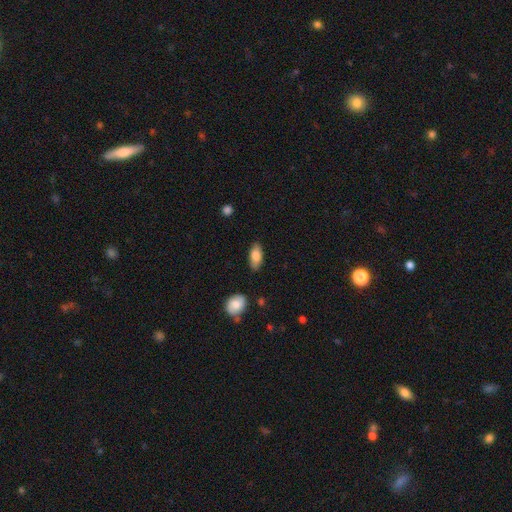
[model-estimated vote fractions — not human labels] smooth-or-featured: smooth: 81% | featured or disk: 13% | star or artifact: 6%
  how-rounded: in between: 86% | cigar-shaped: 11% | round: 3%
  merging: none: 84% | minor disturbance: 12% | major disturbance: 2% | merger: 2%